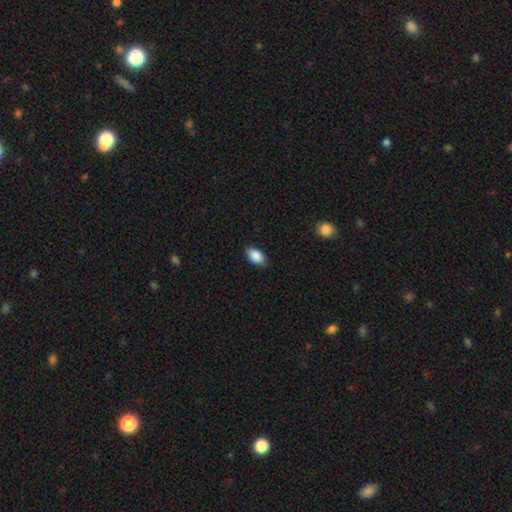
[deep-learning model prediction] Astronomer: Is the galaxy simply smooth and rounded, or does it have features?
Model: smooth — 89%.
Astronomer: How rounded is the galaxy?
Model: in between — 91%.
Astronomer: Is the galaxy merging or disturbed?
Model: none — 86%.